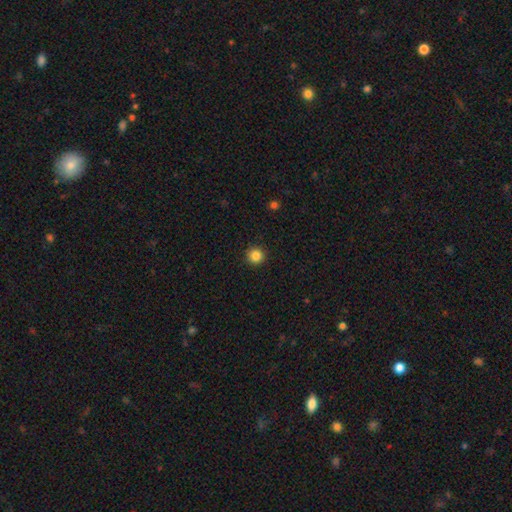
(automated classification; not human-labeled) A smooth galaxy with no disk features (85%) that is round (96%).

Vote fractions:
- Smooth or featured? smooth: 85% / star or artifact: 11% / featured or disk: 4%
- How rounded? round: 96% / in between: 3% / cigar-shaped: 1%
- Merging? none: 93% / minor disturbance: 4% / major disturbance: 2% / merger: 1%